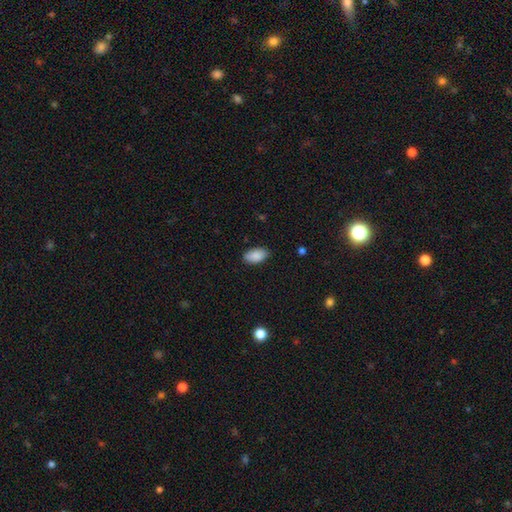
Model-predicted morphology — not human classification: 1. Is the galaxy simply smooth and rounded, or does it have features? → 89% smooth, 7% star or artifact, 4% featured or disk.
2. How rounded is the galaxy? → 94% in between, 3% round, 3% cigar-shaped.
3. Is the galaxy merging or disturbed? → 85% none, 12% minor disturbance, 2% major disturbance, 1% merger.